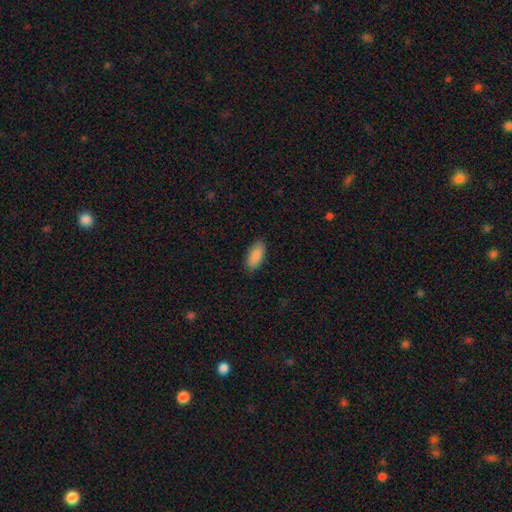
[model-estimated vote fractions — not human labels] Q: Smooth or featured?
A: smooth (90%); runner-up: star or artifact (6%)
Q: How rounded?
A: in between (87%); runner-up: cigar-shaped (12%)
Q: Merging?
A: none (88%); runner-up: minor disturbance (9%)